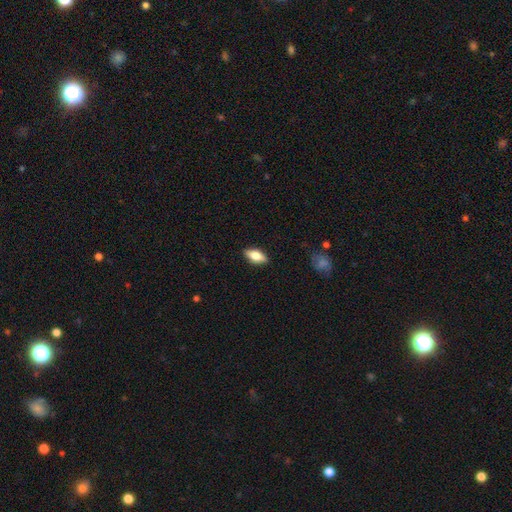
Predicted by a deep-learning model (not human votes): The model was most divided on "smooth or featured": smooth: 68%, featured or disk: 26%, star or artifact: 7%. More confident: merging — none (87%); how rounded — in between (83%).